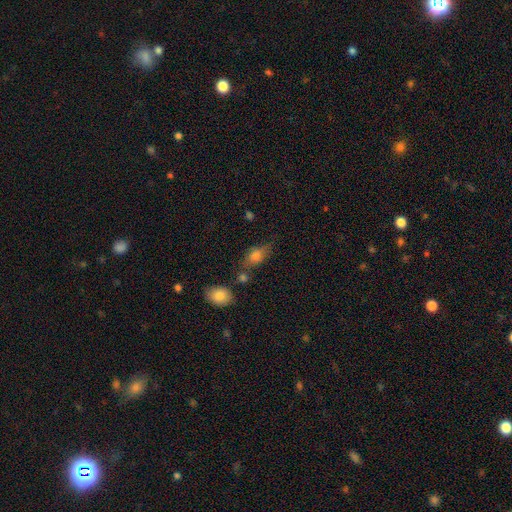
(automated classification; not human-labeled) The model was most divided on "merging": none: 57%, minor disturbance: 23%, merger: 11%, major disturbance: 8%. More confident: how rounded — in between (81%); smooth or featured — smooth (72%).